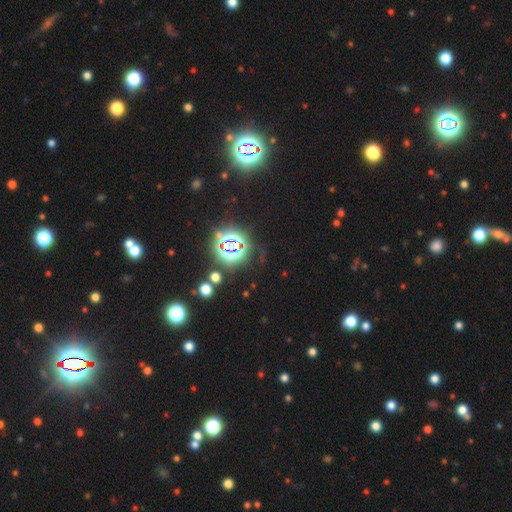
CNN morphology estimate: A star or artifact, not a galaxy (78%).